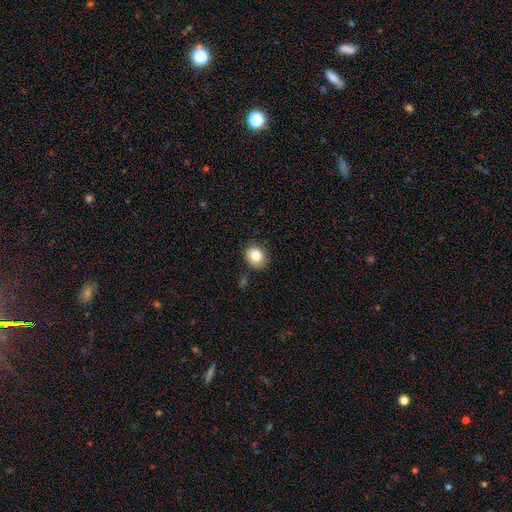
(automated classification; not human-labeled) The model was most divided on "how rounded": round: 72%, in between: 27%, cigar-shaped: 1%. More confident: merging — none (84%); smooth or featured — smooth (83%).